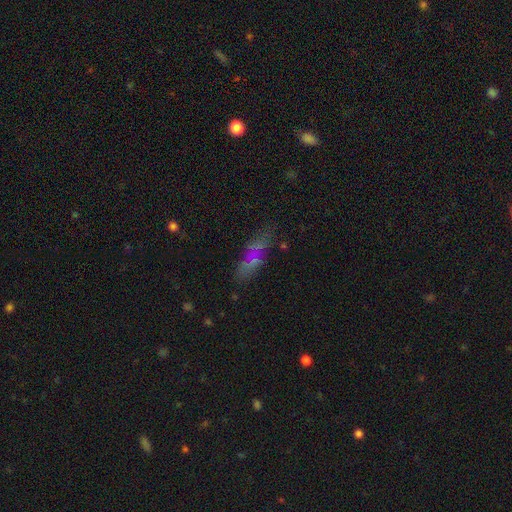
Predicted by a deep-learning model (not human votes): This is possibly a smooth galaxy (55%). How rounded: possibly cigar-shaped (56%). Merging: likely none (63%).